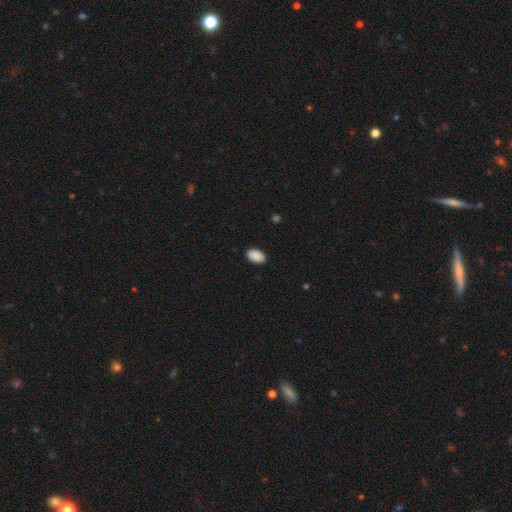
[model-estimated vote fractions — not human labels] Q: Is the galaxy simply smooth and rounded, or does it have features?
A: smooth — 90%.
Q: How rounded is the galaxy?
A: in between — 92%.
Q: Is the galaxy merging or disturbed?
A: none — 88%.